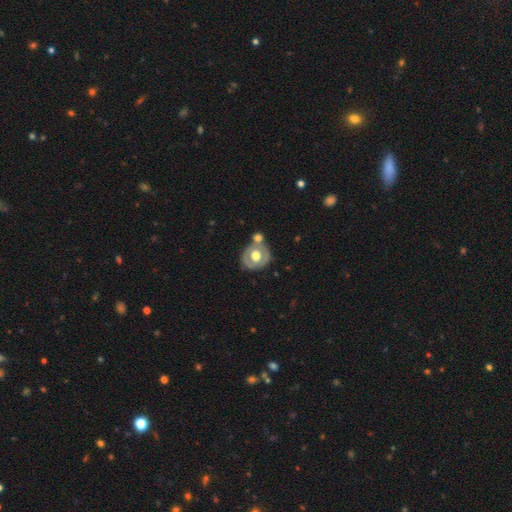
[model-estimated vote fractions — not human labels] Morphology: type=featured or disk (54%); edge-on=no (94%); bar=no (82%); spiral arms=no (78%); bulge=moderate (55%); merging=none (54%).